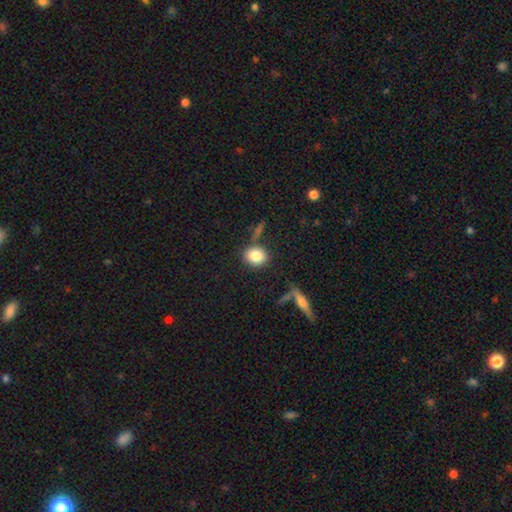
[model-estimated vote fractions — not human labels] A smooth galaxy with no disk features (83%) that is round (63%). Merging: none (74%).